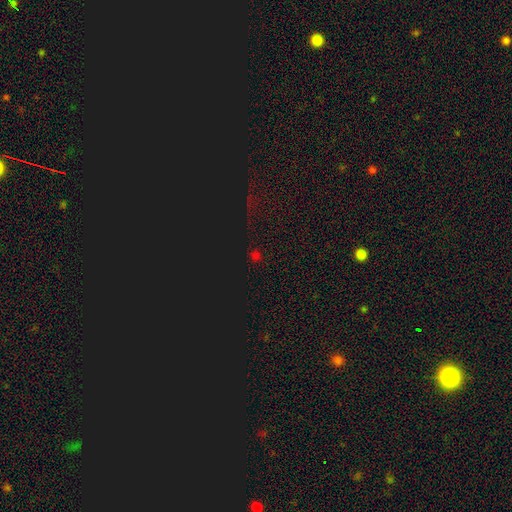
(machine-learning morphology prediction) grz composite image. It shows a star or artifact, not a galaxy (58%).